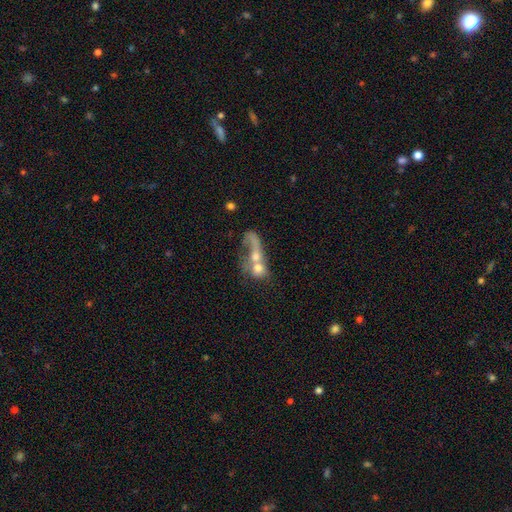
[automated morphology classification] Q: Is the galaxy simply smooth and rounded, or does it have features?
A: featured or disk — 47%.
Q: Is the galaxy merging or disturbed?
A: merger — 58%.